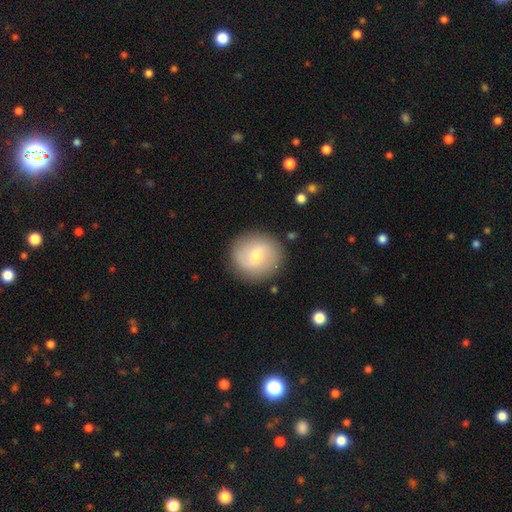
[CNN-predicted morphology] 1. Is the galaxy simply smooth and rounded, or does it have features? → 52% smooth, 41% featured or disk, 7% star or artifact.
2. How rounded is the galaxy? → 92% round, 7% in between, 1% cigar-shaped.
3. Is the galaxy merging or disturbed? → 87% none, 8% minor disturbance, 3% major disturbance, 2% merger.